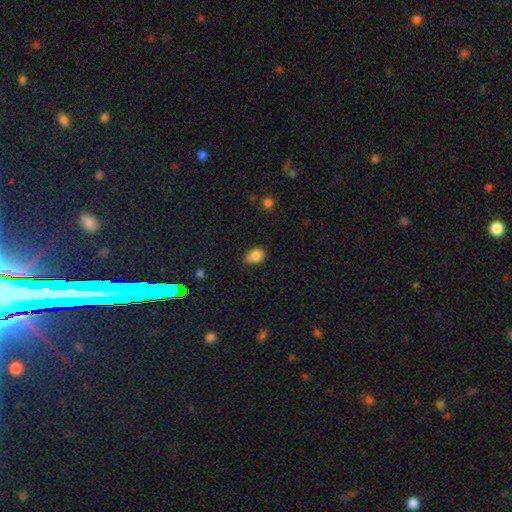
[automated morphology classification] The model was most divided on "merging": none: 61%, minor disturbance: 33%, major disturbance: 5%, merger: 2%. More confident: smooth or featured — smooth (83%); how rounded — in between (73%).